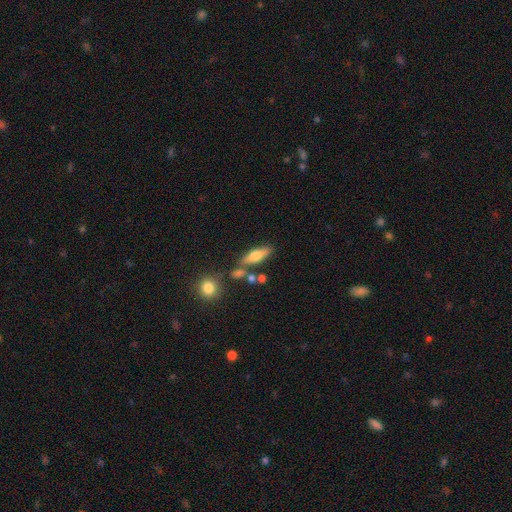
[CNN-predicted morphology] A smooth galaxy with no disk features (62%) that is in between round and cigar-shaped (51%). Merging: none (66%).